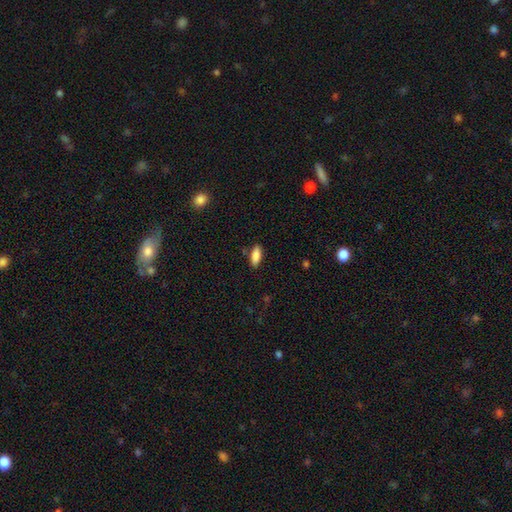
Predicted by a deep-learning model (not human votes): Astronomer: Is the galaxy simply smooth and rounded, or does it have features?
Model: smooth — 86%.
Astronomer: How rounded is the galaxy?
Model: in between — 78%.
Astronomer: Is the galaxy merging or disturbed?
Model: none — 84%.